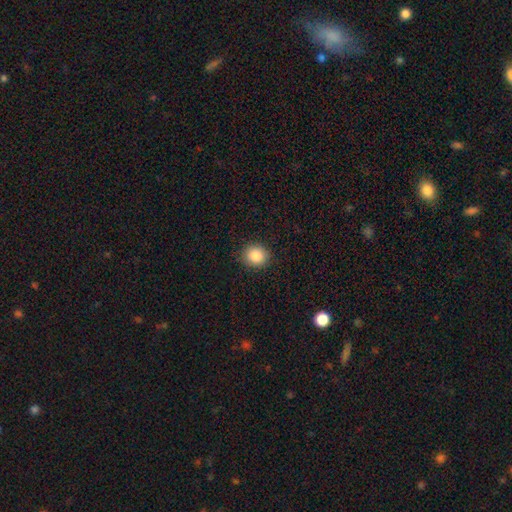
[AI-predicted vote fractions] smooth-or-featured: smooth: 86% | star or artifact: 9% | featured or disk: 4%
  how-rounded: round: 79% | in between: 20% | cigar-shaped: 1%
  merging: none: 90% | minor disturbance: 7% | major disturbance: 2% | merger: 1%